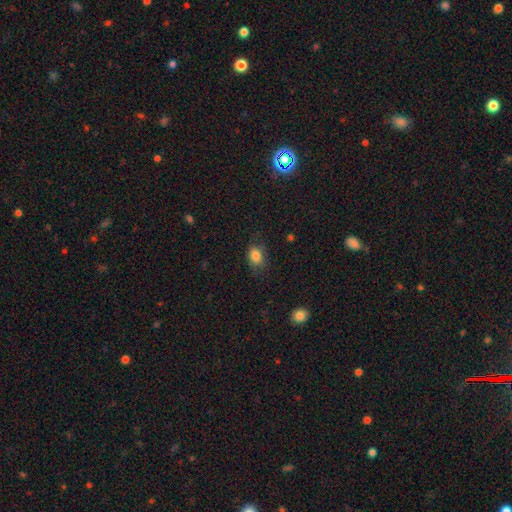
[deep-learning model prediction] Smooth or featured? Predicted: smooth (p=0.83). How rounded? Predicted: in between (p=0.68). Merging? Predicted: none (p=0.70).